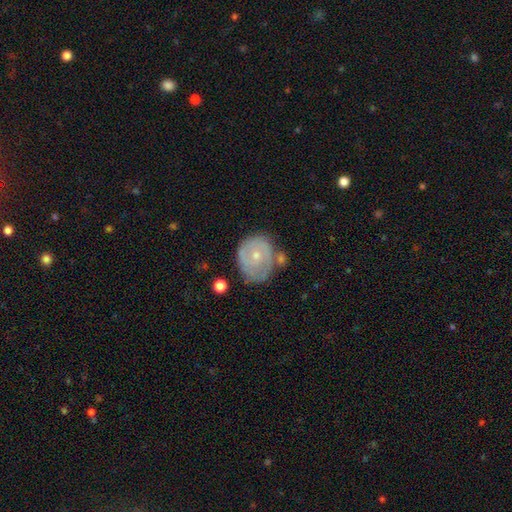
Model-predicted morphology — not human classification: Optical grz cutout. It shows a featured or disk galaxy (56%) with no bar (83%), spiral arms (55%) and a small central bulge (62%). Merging: none (56%).